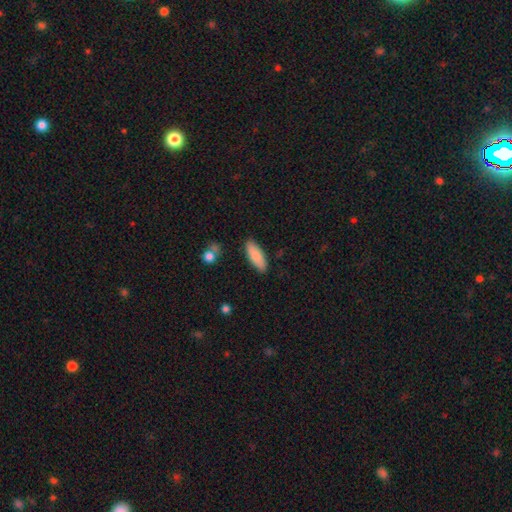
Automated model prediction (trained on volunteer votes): Q: Smooth or featured?
A: smooth (85%); runner-up: featured or disk (9%)
Q: How rounded?
A: in between (67%); runner-up: cigar-shaped (31%)
Q: Merging?
A: none (85%); runner-up: minor disturbance (11%)